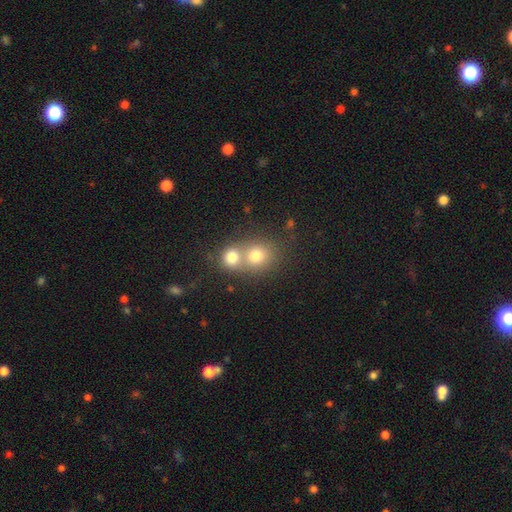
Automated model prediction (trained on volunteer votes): Morphology: type=smooth (73%); roundness=round (76%); merging=merger (59%).